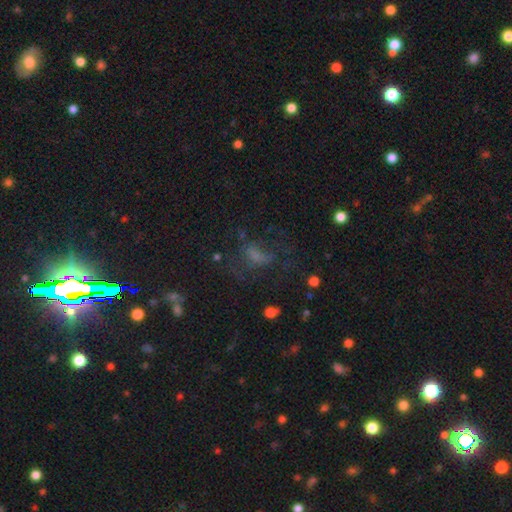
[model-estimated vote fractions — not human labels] Smooth or featured?
  - smooth: 44% *
  - featured or disk: 30%
  - star or artifact: 26%
Merging?
  - none: 40% *
  - major disturbance: 37%
  - minor disturbance: 19%
  - merger: 4%